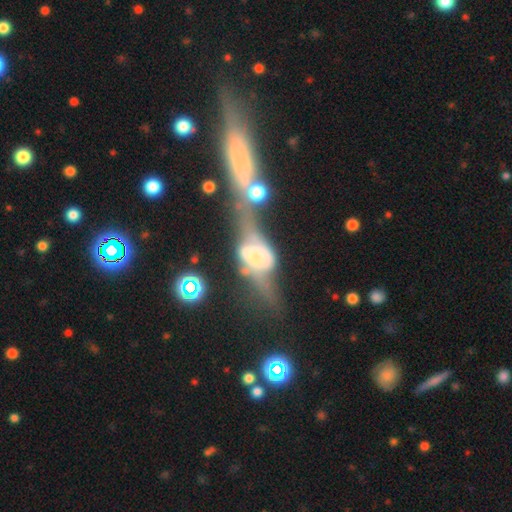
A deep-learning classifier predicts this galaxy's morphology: A featured or disk galaxy (63%). Merging: merger (43%).